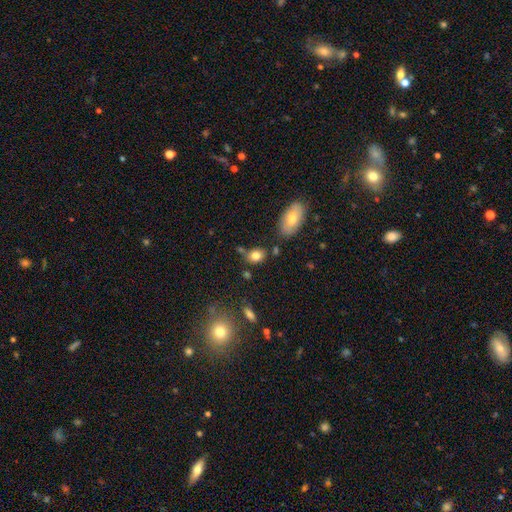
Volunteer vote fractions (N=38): A smooth galaxy with no disk features (89%) that is in between round and cigar-shaped (85%).

Vote fractions:
- Smooth or featured? smooth: 89% / featured or disk: 5% / star or artifact: 5%
- How rounded? in between: 85% / round: 15% / cigar-shaped: 0%
- Merging? none: 81% / merger: 14% / minor disturbance: 6% / major disturbance: 0%